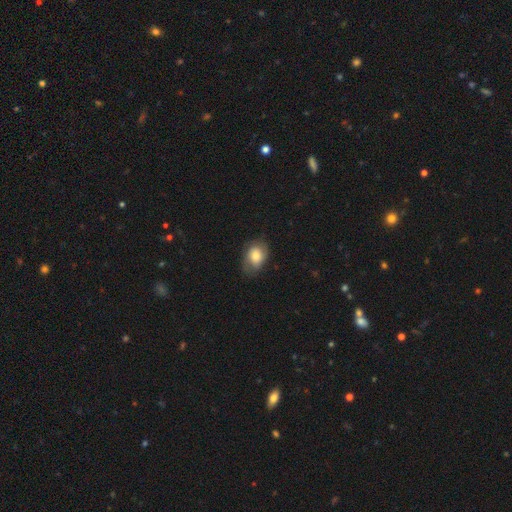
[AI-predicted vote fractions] This appears to be a smooth galaxy with no disk features (68%) that is in between round and cigar-shaped (70%). Merging: none (63%).